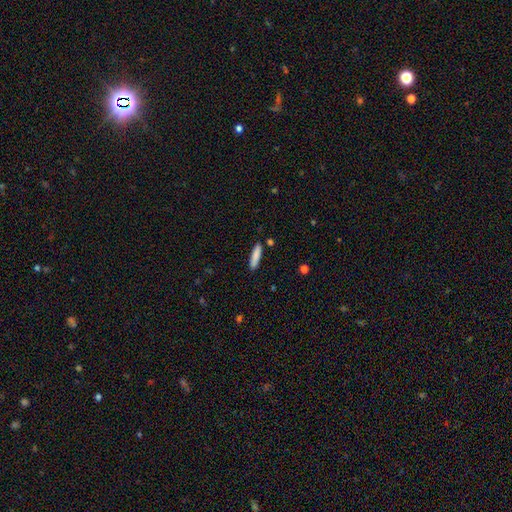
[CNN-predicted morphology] A smooth galaxy with no disk features (85%) that is cigar-shaped (77%). Merging: none (87%).